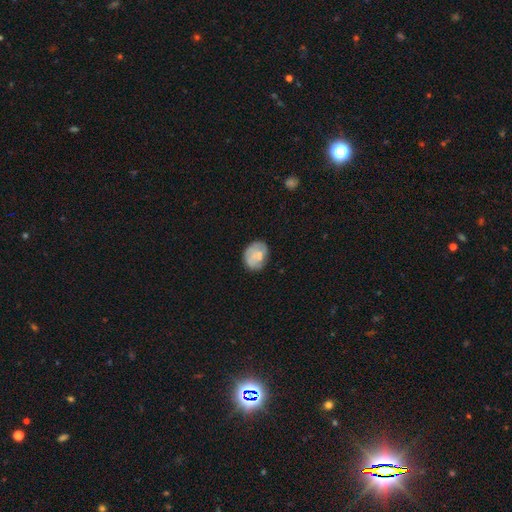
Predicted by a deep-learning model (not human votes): Smooth or featured? Predicted: smooth (p=0.58). How rounded? Predicted: in between (p=0.51). Merging? Predicted: none (p=0.66).